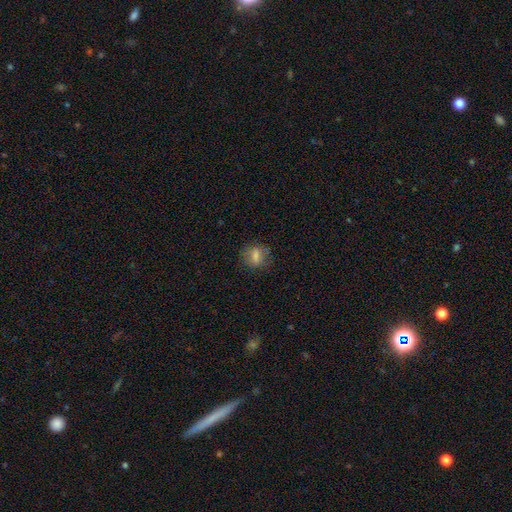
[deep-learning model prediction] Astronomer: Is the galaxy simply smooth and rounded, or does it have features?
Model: smooth — 65%.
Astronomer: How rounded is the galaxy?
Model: round — 51% (runner-up: in between, 43%).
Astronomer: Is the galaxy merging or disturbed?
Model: none — 75%.